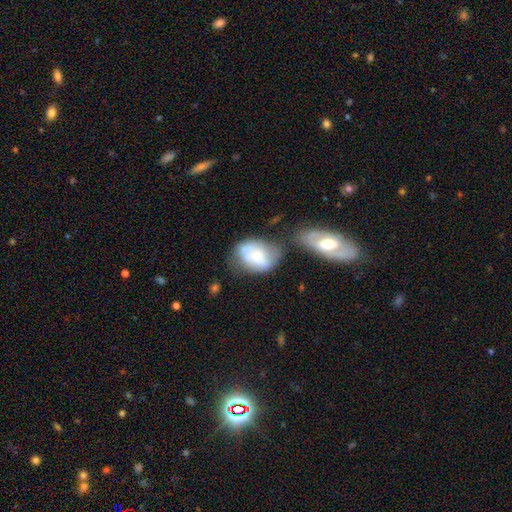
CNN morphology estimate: Smooth or featured? smooth (63%)
How rounded? in between (78%)
Merging? none (32%)